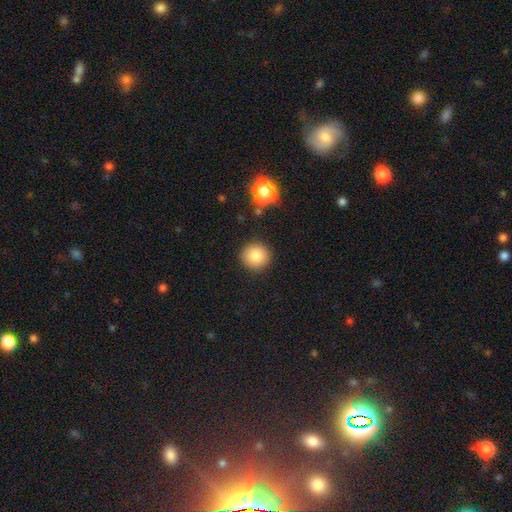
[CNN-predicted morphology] This is clearly a smooth galaxy (82%). How rounded: clearly round (91%). Merging: clearly none (89%).